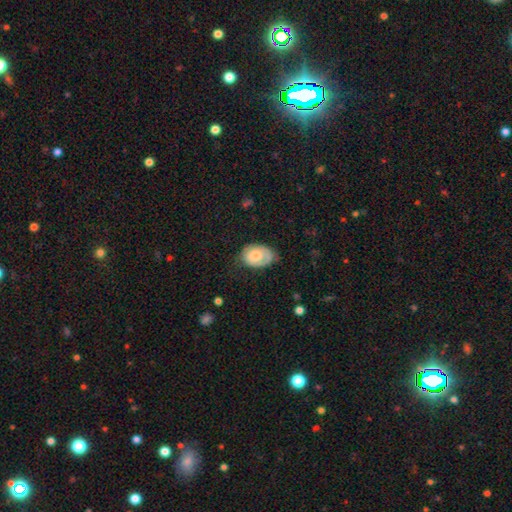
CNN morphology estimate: A smooth galaxy with no disk features (60%) that is in between round and cigar-shaped (78%). Merging: none (59%).